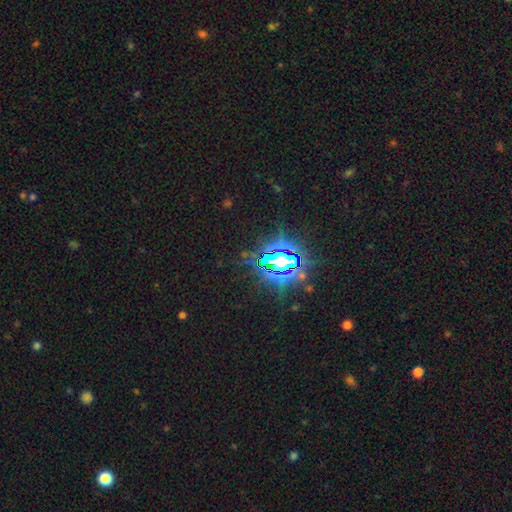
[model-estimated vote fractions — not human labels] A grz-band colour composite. It shows a star or artifact, not a galaxy (83%).